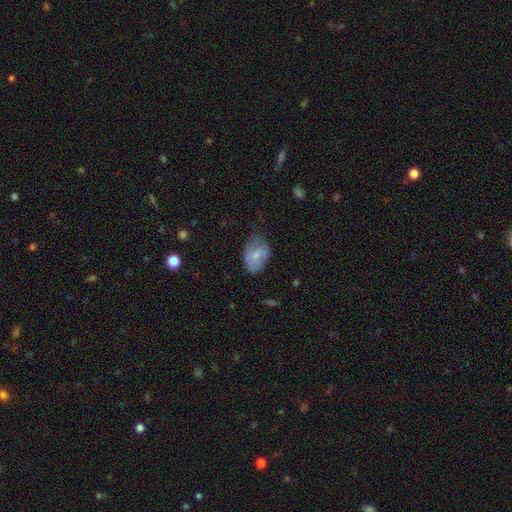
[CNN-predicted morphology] smooth_or_featured: smooth (p=0.67) [alt: featured or disk p=0.26]
how_rounded: in between (p=0.83) [alt: round p=0.15]
merging: minor disturbance (p=0.41) [alt: none p=0.38]